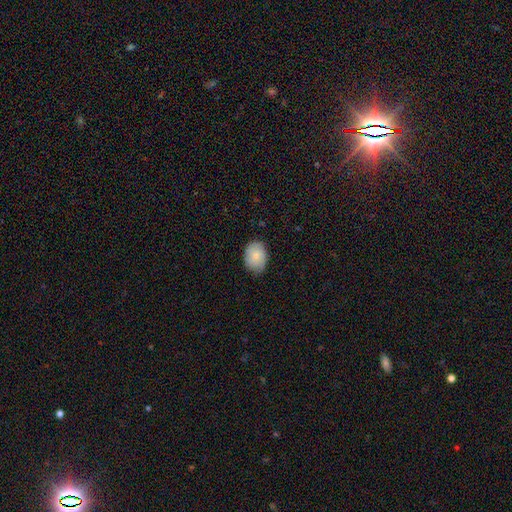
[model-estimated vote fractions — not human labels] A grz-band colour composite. It shows a smooth galaxy with no disk features (80%) that is in between round and cigar-shaped (70%). Merging: none (72%).